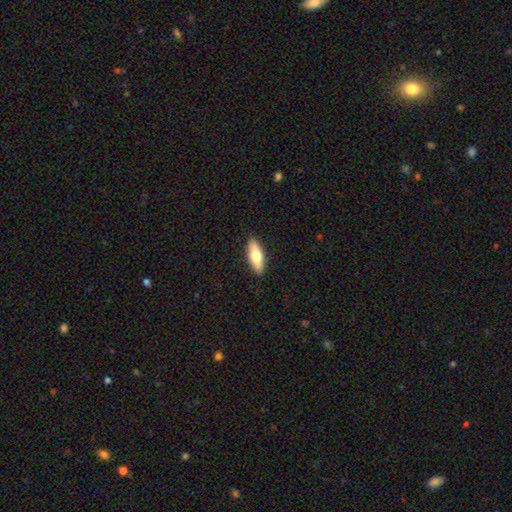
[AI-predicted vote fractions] Smooth or featured?
  - smooth: 68% *
  - featured or disk: 26%
  - star or artifact: 6%
How rounded?
  - in between: 65% *
  - cigar-shaped: 33%
  - round: 2%
Merging?
  - none: 90% *
  - minor disturbance: 8%
  - major disturbance: 2%
  - merger: 1%